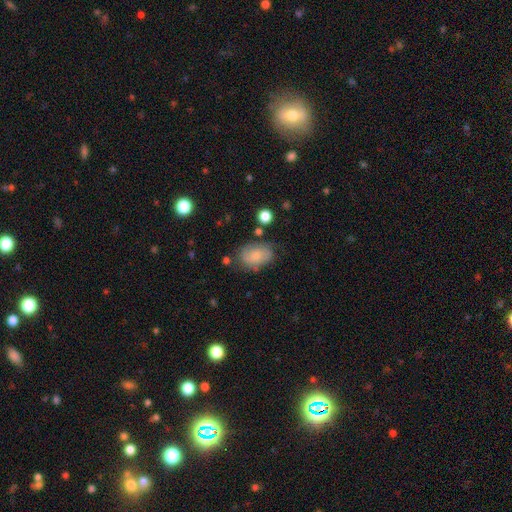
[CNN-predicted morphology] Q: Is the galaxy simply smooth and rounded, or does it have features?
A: smooth — 71%.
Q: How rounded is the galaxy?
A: in between — 85%.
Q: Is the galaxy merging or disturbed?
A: none — 66%.